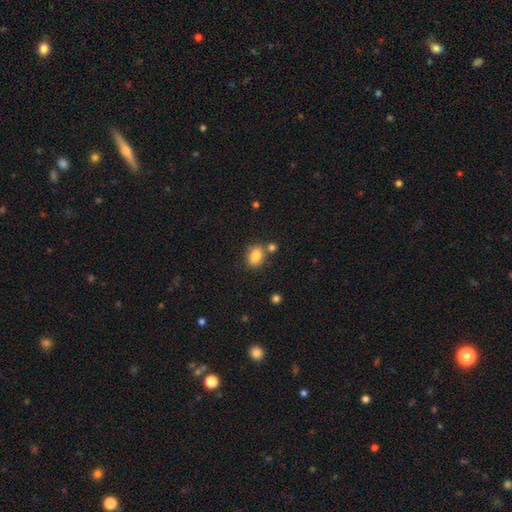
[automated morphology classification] The model was most divided on "how rounded": in between: 65%, round: 34%, cigar-shaped: 1%. More confident: smooth or featured — smooth (83%); merging — none (71%).